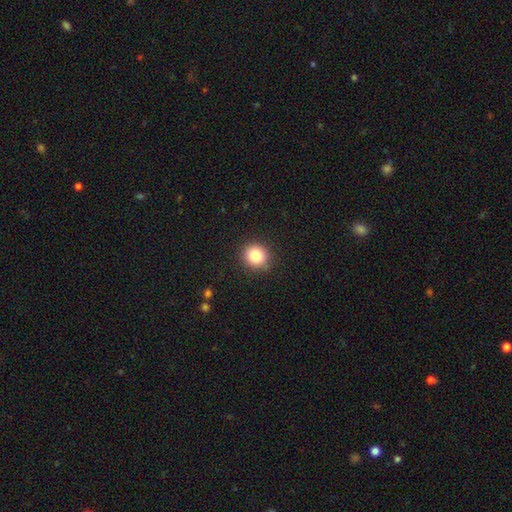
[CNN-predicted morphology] smooth_or_featured: smooth (p=0.84) [alt: star or artifact p=0.11]
how_rounded: round (p=0.86) [alt: in between p=0.13]
merging: none (p=0.89) [alt: minor disturbance p=0.08]